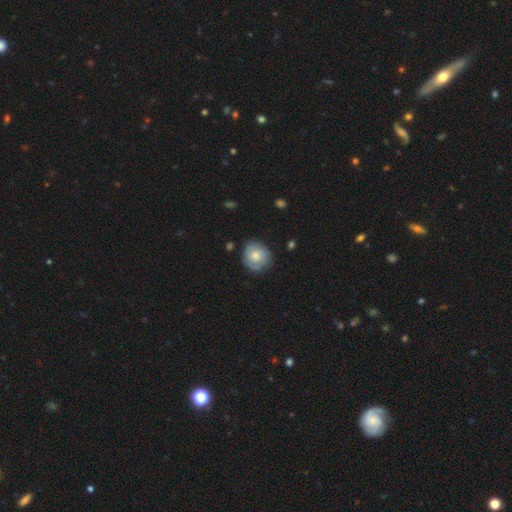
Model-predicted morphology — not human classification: smooth 54%, featured or disk 40%, star or artifact 6%. Down the decision tree: how rounded — round (82%); merging — none (73%).